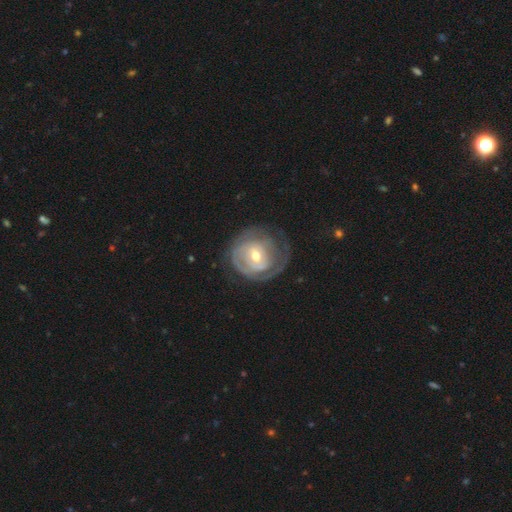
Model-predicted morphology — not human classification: This is likely a featured or disk galaxy (76%). It is clearly not viewed edge-on (97%). Bar: possibly no (49%). Spiral arm pattern: clearly yes (83%). Spiral arm count: marginally can't tell (41%). Spiral winding: likely tight (73%). Central bulge: likely moderate (62%). Merging: likely none (64%).